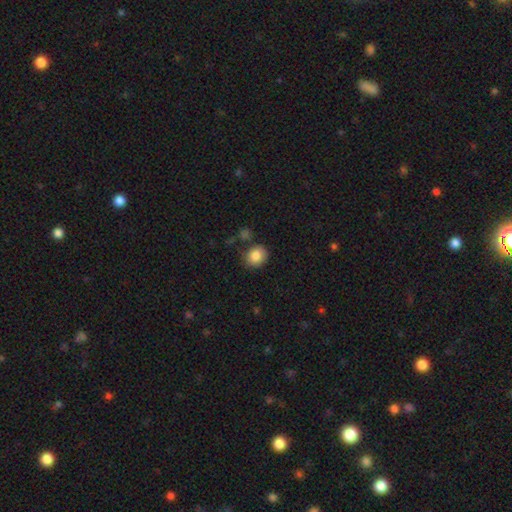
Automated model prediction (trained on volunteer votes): Smooth or featured? smooth (84%)
How rounded? round (67%)
Merging? none (79%)